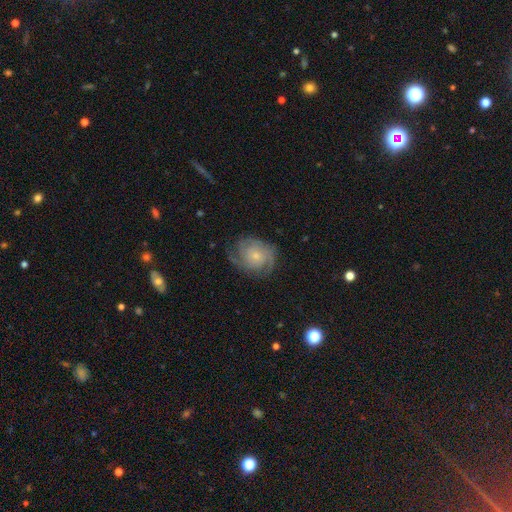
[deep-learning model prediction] Smooth or featured? Predicted: featured or disk (p=0.82). Edge-on disk? Predicted: no (p=0.98). Bar? Predicted: no (p=0.78). Spiral arms? Predicted: yes (p=0.96). Spiral winding? Predicted: tight (p=0.54). Spiral arm count? Predicted: 3 (p=0.30). Bulge size? Predicted: small (p=0.64). Merging? Predicted: none (p=0.72).